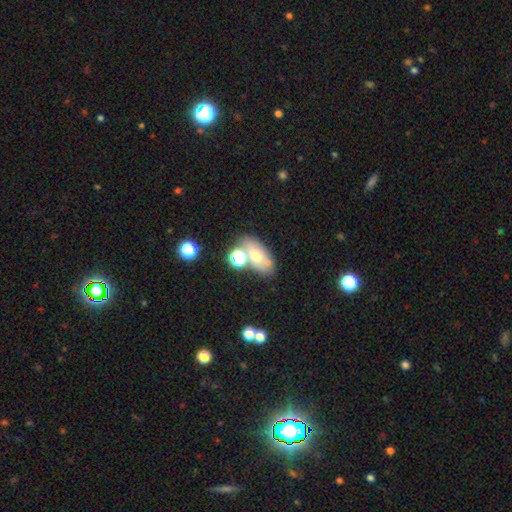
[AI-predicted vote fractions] smooth-or-featured: smooth: 60% | featured or disk: 25% | star or artifact: 15%
  how-rounded: in between: 82% | round: 12% | cigar-shaped: 5%
  merging: none: 57% | merger: 21% | minor disturbance: 15% | major disturbance: 6%